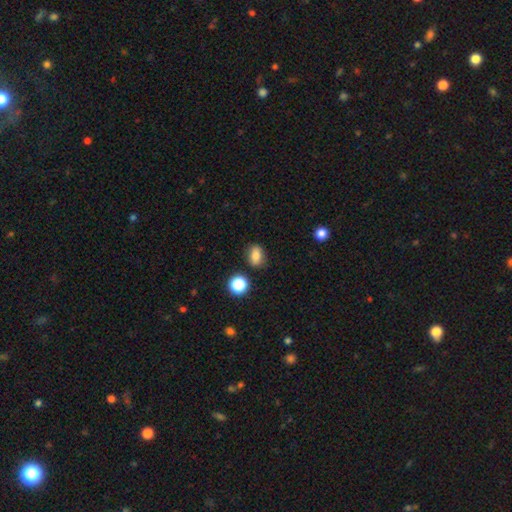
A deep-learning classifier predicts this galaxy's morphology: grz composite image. It shows a smooth galaxy with no disk features (81%) that is in between round and cigar-shaped (73%). Merging: none (83%).